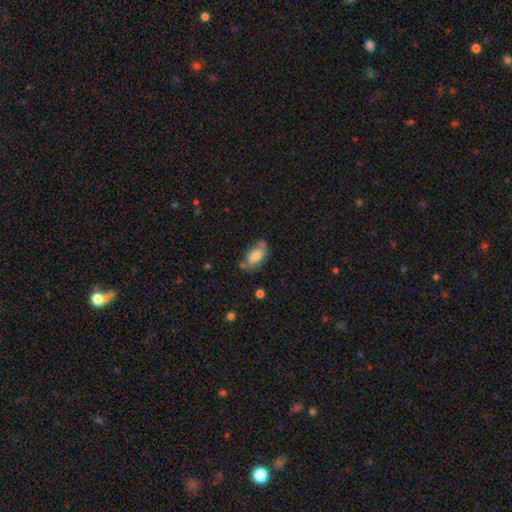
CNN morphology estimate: smooth-or-featured: smooth: 72% | featured or disk: 20% | star or artifact: 7%
  how-rounded: in between: 89% | cigar-shaped: 7% | round: 3%
  merging: none: 58% | minor disturbance: 26% | merger: 9% | major disturbance: 7%